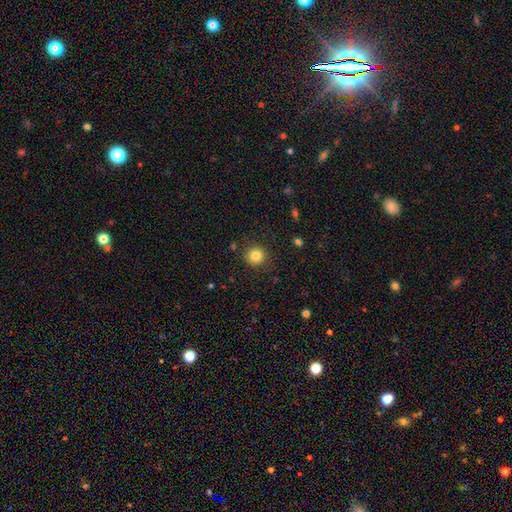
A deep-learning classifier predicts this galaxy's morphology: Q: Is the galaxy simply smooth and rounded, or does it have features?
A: smooth — 83%.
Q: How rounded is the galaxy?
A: round — 91%.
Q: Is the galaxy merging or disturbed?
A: none — 88%.